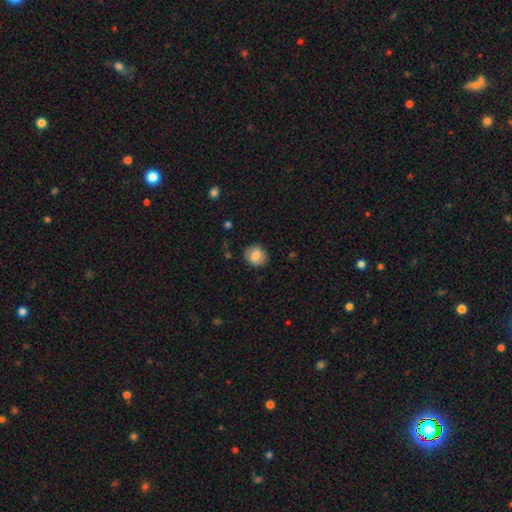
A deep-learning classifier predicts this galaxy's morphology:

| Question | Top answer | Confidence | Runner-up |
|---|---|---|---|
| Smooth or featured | smooth | 78% | featured or disk (14%) |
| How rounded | round | 67% | in between (32%) |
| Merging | none | 81% | minor disturbance (14%) |